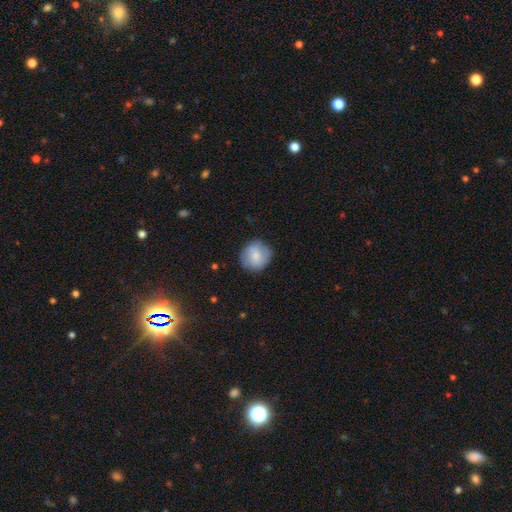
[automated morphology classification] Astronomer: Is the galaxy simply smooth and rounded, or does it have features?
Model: smooth — 70%.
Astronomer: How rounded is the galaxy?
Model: round — 89%.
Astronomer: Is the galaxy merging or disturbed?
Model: none — 81%.